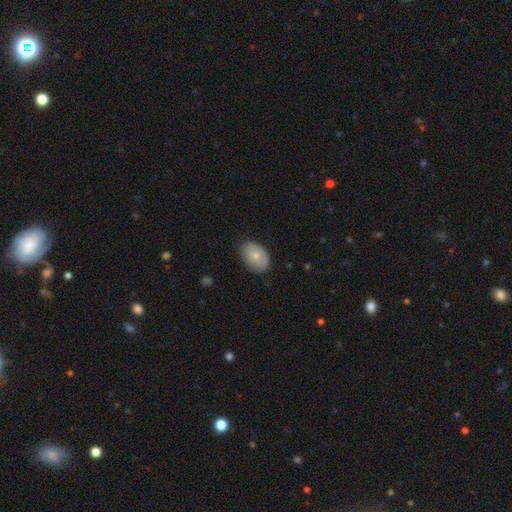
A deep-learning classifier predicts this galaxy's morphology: Smooth or featured? smooth (77%)
How rounded? in between (83%)
Merging? none (82%)